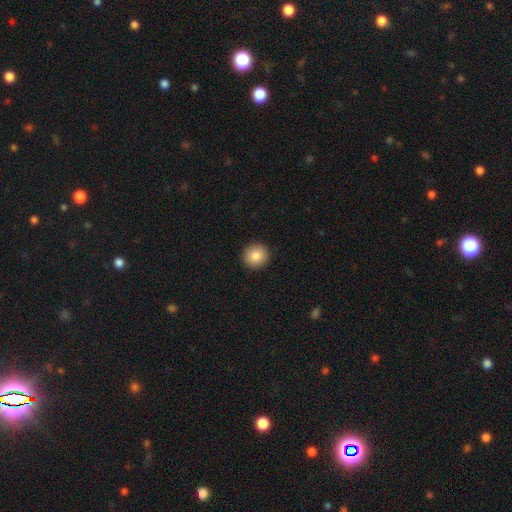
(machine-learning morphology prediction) Smooth or featured: smooth — 86% (star or artifact — 8%)
How rounded: round — 94% (in between — 5%)
Merging: none — 93% (minor disturbance — 5%)